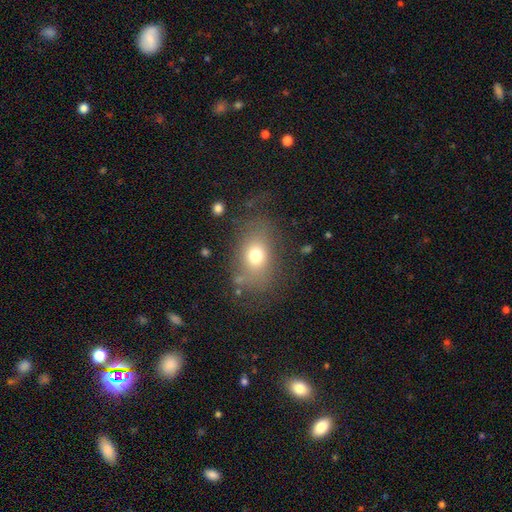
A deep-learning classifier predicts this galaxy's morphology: Q: Smooth or featured?
A: smooth (70%); runner-up: featured or disk (17%)
Q: How rounded?
A: in between (68%); runner-up: round (30%)
Q: Merging?
A: none (66%); runner-up: minor disturbance (18%)